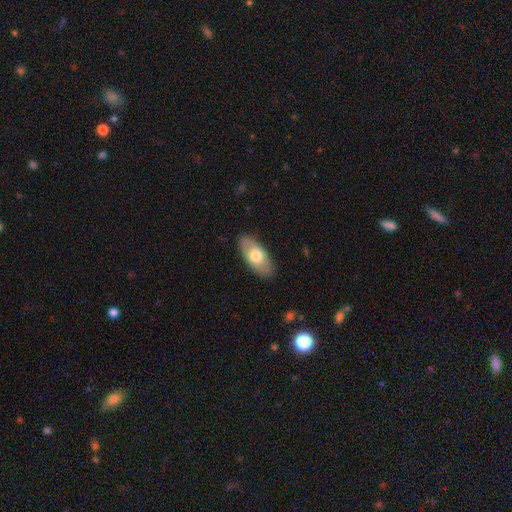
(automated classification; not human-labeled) A smooth galaxy with no disk features (68%) that is in between round and cigar-shaped (90%). Merging: none (87%).